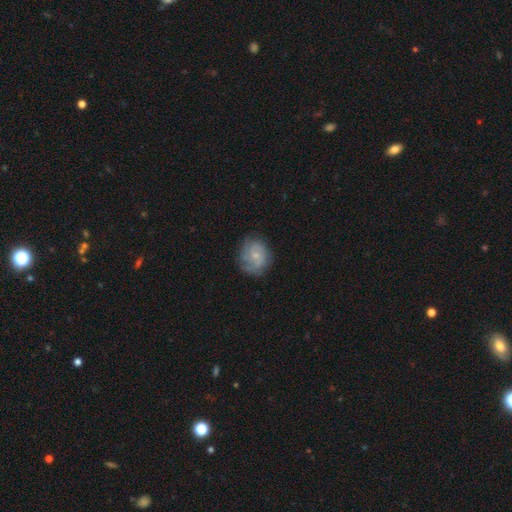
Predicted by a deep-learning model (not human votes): Morphology: type=featured or disk (62%); edge-on=no (98%); bar=no (76%); spiral arms=yes (86%); winding=tight (49%); arm count=can't tell (37%); bulge=small (71%); merging=none (70%).